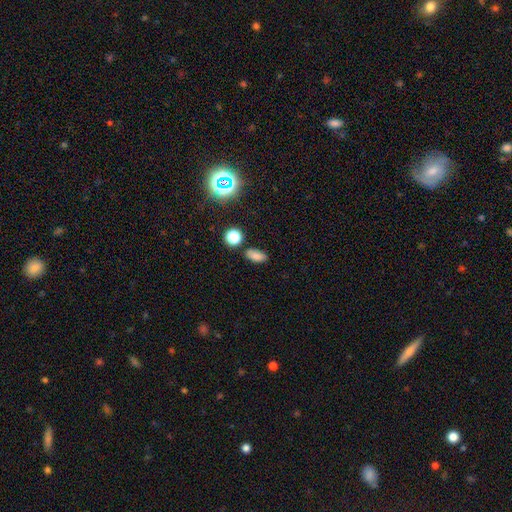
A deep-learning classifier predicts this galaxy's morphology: Overall: smooth (78%). How rounded: in between (84%). Merging: none (81%).